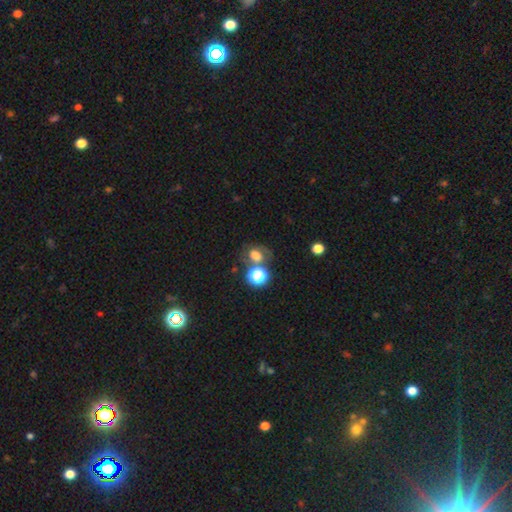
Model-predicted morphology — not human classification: Q: Smooth or featured?
A: smooth (59%); runner-up: star or artifact (21%)
Q: How rounded?
A: round (54%); runner-up: in between (45%)
Q: Merging?
A: none (51%); runner-up: merger (25%)